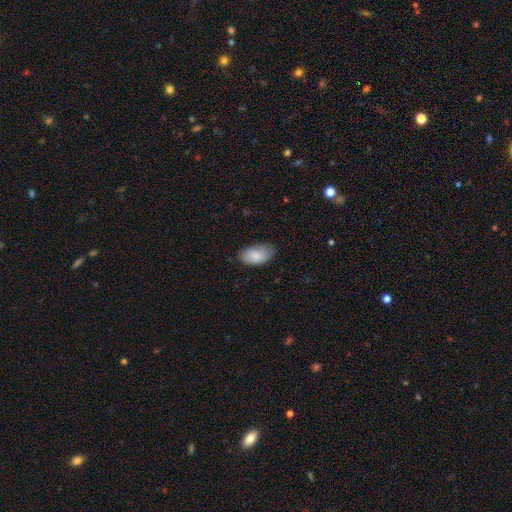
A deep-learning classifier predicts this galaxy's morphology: A smooth galaxy with no disk features (83%) that is in between round and cigar-shaped (94%). Merging: none (70%).